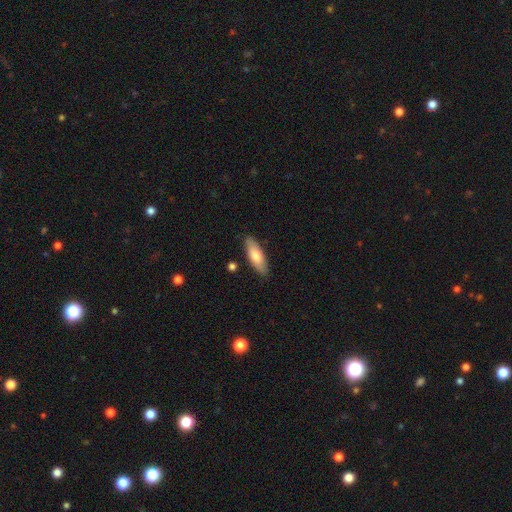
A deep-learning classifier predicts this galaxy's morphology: A smooth galaxy with no disk features (75%) that is in between round and cigar-shaped (63%). Merging: none (85%).